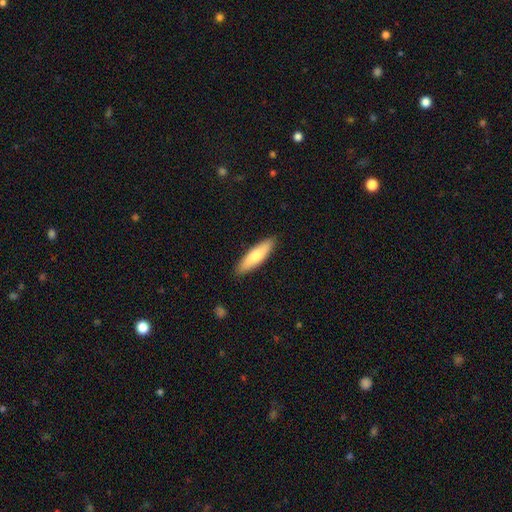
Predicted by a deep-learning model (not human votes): Smooth or featured?
  - smooth: 72% *
  - featured or disk: 23%
  - star or artifact: 5%
How rounded?
  - cigar-shaped: 65% *
  - in between: 33%
  - round: 2%
Merging?
  - none: 88% *
  - minor disturbance: 9%
  - major disturbance: 2%
  - merger: 1%